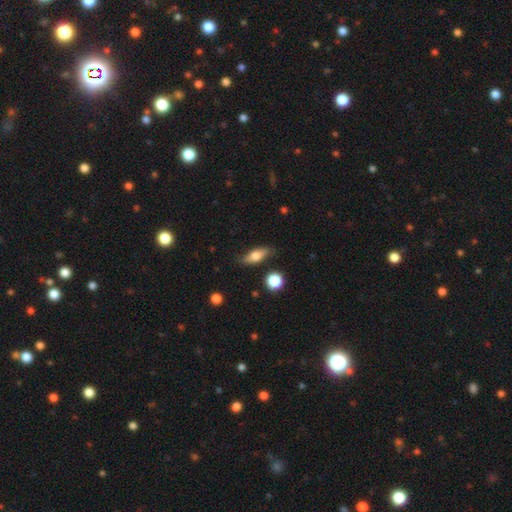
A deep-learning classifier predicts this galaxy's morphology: Smooth or featured? smooth (62%)
How rounded? in between (61%)
Merging? none (78%)